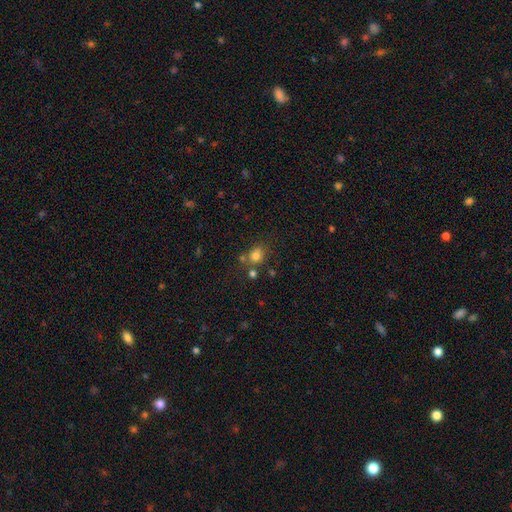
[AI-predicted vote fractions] Smooth or featured: smooth — 78% (star or artifact — 15%)
How rounded: round — 61% (in between — 38%)
Merging: none — 63% (merger — 18%)